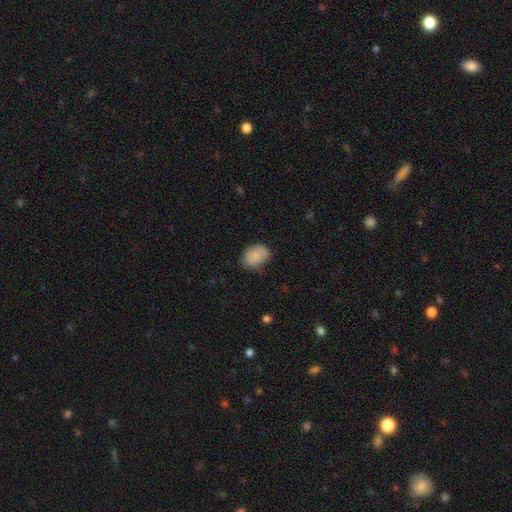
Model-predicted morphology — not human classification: A smooth galaxy with no disk features (84%) that is in between round and cigar-shaped (74%).

Vote fractions:
- Smooth or featured? smooth: 84% / featured or disk: 9% / star or artifact: 7%
- How rounded? in between: 74% / round: 25% / cigar-shaped: 1%
- Merging? none: 70% / minor disturbance: 25% / major disturbance: 5% / merger: 1%